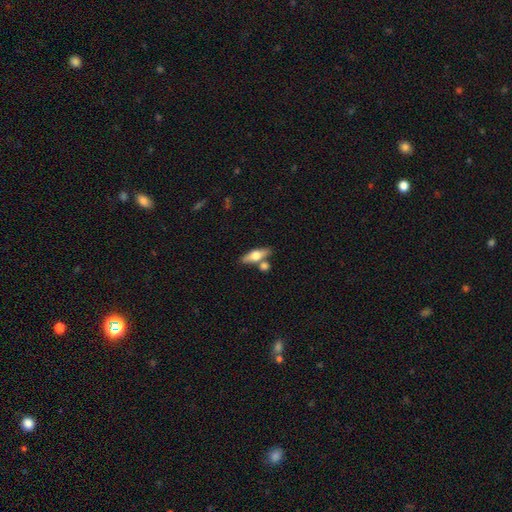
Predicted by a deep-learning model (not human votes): This is possibly a smooth galaxy (54%). How rounded: possibly in between (54%). Merging: likely none (67%).